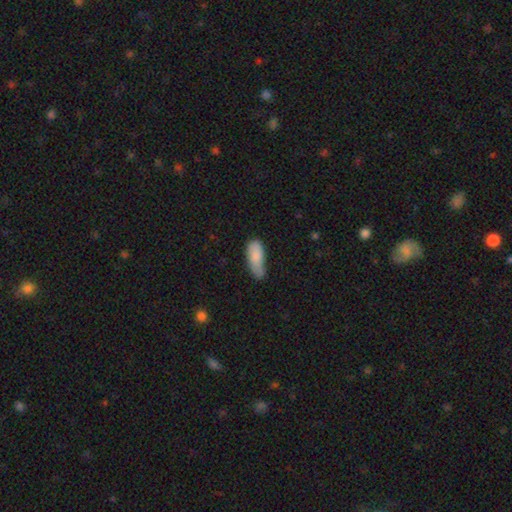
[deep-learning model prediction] This appears to be a smooth galaxy with no disk features (83%) that is in between round and cigar-shaped (79%). Merging: minor disturbance (43%).